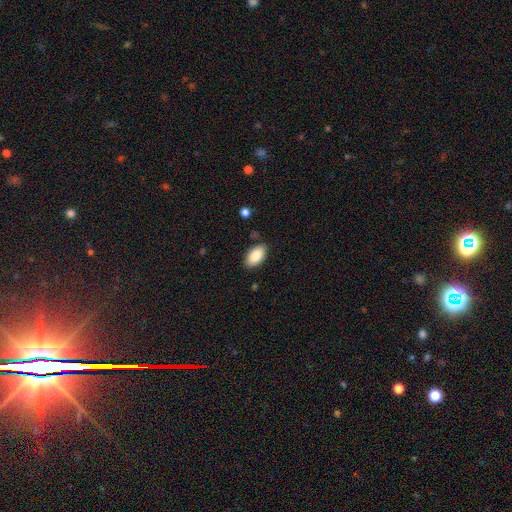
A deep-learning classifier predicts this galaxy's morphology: Overall: smooth (85%). How rounded: in between (94%). Merging: none (86%).